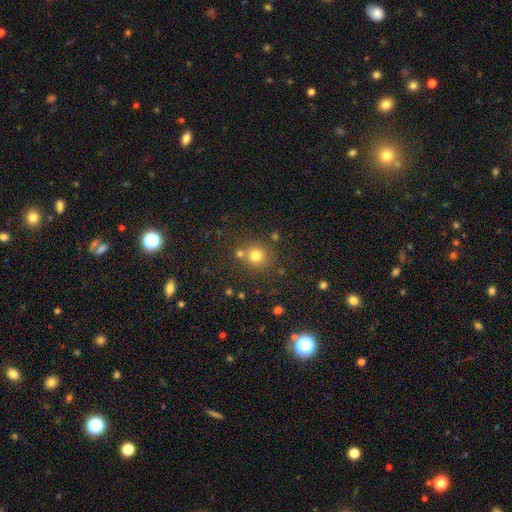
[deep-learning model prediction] smooth-or-featured: smooth: 76% | star or artifact: 16% | featured or disk: 8%
  how-rounded: round: 89% | in between: 10% | cigar-shaped: 1%
  merging: none: 71% | merger: 16% | minor disturbance: 9% | major disturbance: 4%